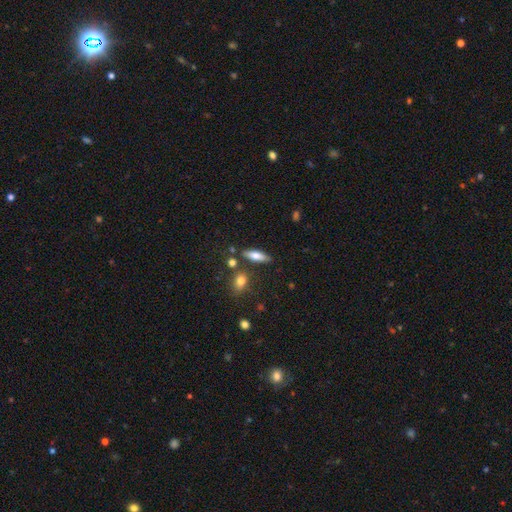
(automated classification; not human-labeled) This appears to be a smooth galaxy with no disk features (68%) that is in between round and cigar-shaped (55%). Merging: none (78%).